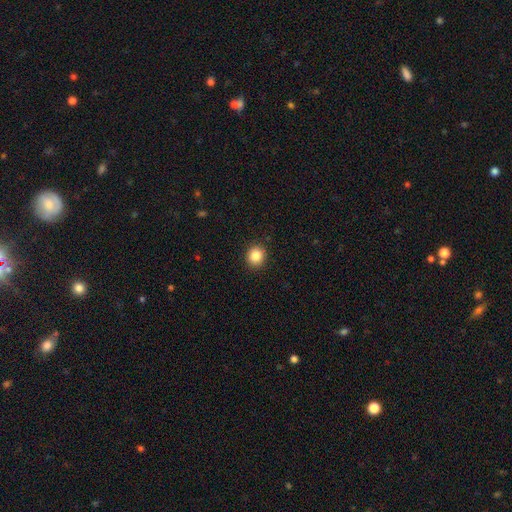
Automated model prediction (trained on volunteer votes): A smooth galaxy with no disk features (85%) that is round (81%). Merging: none (91%).